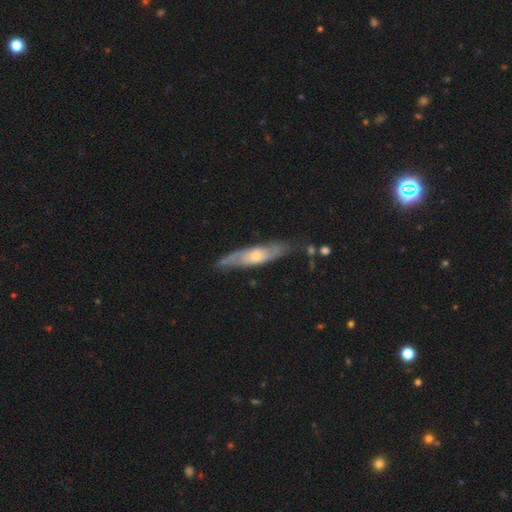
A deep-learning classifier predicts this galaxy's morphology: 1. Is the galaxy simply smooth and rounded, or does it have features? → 66% featured or disk, 28% smooth, 6% star or artifact.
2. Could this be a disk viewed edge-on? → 50% no (tied), 50% yes (tied).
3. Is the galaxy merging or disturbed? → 70% none, 21% minor disturbance, 6% major disturbance, 3% merger.